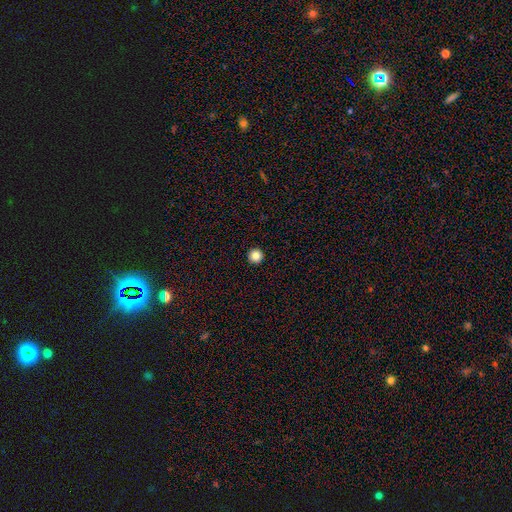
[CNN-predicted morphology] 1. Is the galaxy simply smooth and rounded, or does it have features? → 85% smooth, 11% star or artifact, 4% featured or disk.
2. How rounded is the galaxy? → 97% round, 2% in between, 1% cigar-shaped.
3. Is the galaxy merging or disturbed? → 94% none, 3% minor disturbance, 1% major disturbance, 1% merger.